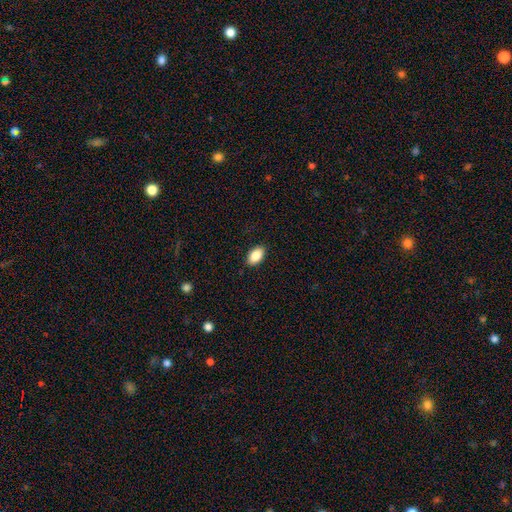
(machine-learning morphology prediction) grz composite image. It shows a smooth galaxy with no disk features (88%) that is in between round and cigar-shaped (93%). Merging: none (89%).